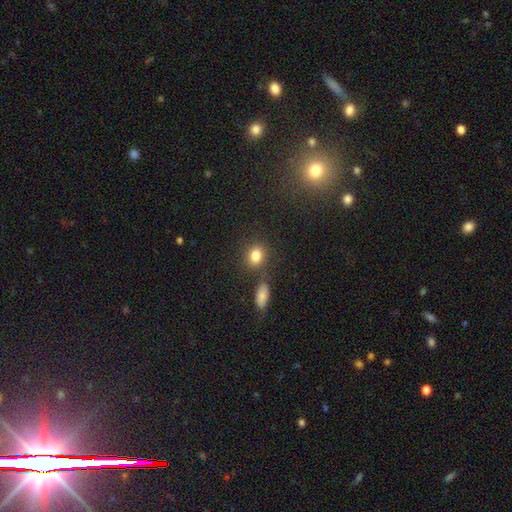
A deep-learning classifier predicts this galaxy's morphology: Smooth or featured? Predicted: smooth (p=0.82). How rounded? Predicted: round (p=0.51). Merging? Predicted: none (p=0.72).